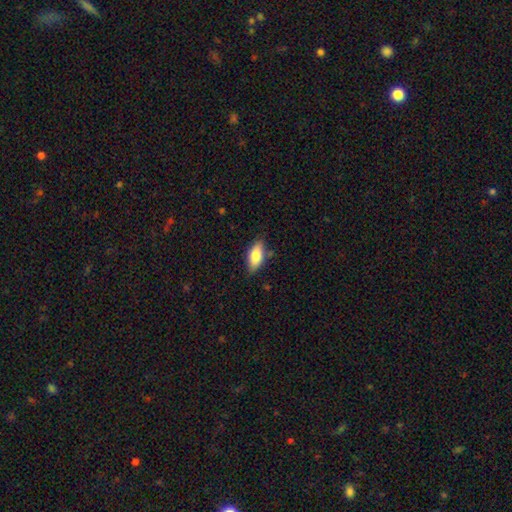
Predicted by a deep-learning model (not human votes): Smooth or featured?
  - smooth: 80% *
  - featured or disk: 13%
  - star or artifact: 7%
How rounded?
  - in between: 88% *
  - cigar-shaped: 9%
  - round: 3%
Merging?
  - none: 80% *
  - minor disturbance: 16%
  - major disturbance: 3%
  - merger: 2%